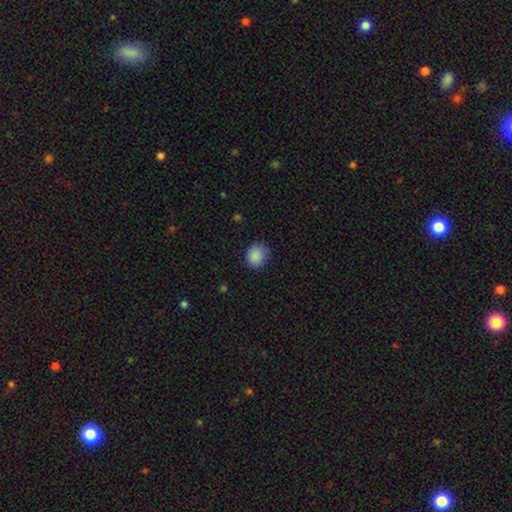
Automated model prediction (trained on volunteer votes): This appears to be a smooth galaxy with no disk features (88%) that is round (73%). Merging: none (81%).